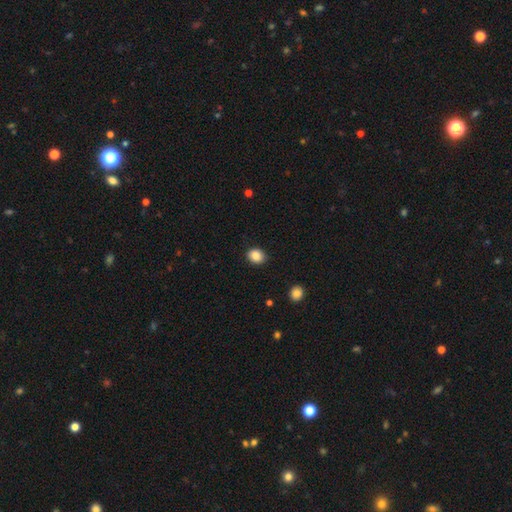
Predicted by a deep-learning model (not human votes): A smooth galaxy with no disk features (87%) that is round (60%).

Vote fractions:
- Smooth or featured? smooth: 87% / star or artifact: 9% / featured or disk: 4%
- How rounded? round: 60% / in between: 39% / cigar-shaped: 1%
- Merging? none: 89% / minor disturbance: 8% / major disturbance: 2% / merger: 1%